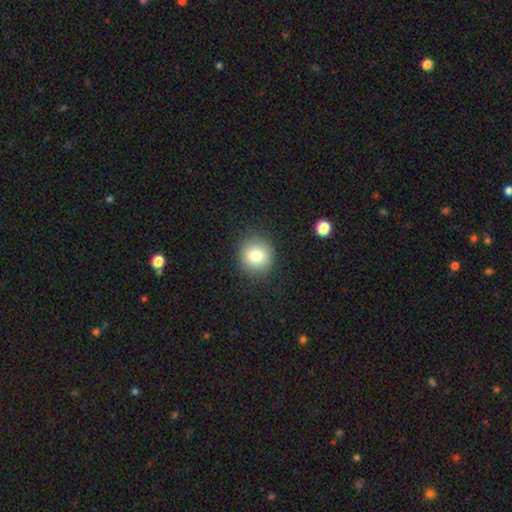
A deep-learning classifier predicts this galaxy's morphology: This is likely a smooth galaxy (79%). How rounded: clearly round (87%). Merging: clearly none (88%).